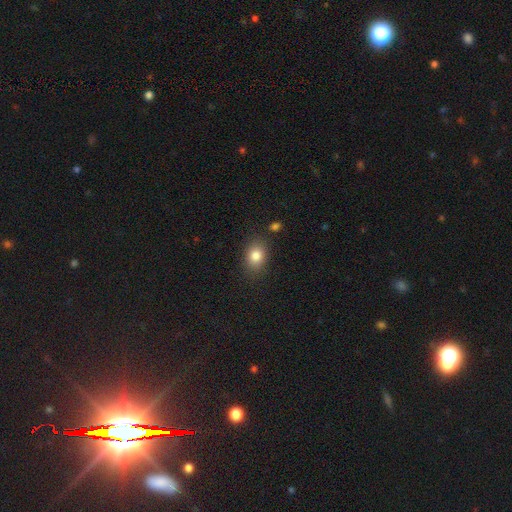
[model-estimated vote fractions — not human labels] A smooth galaxy with no disk features (83%) that is in between round and cigar-shaped (66%). Merging: none (82%).